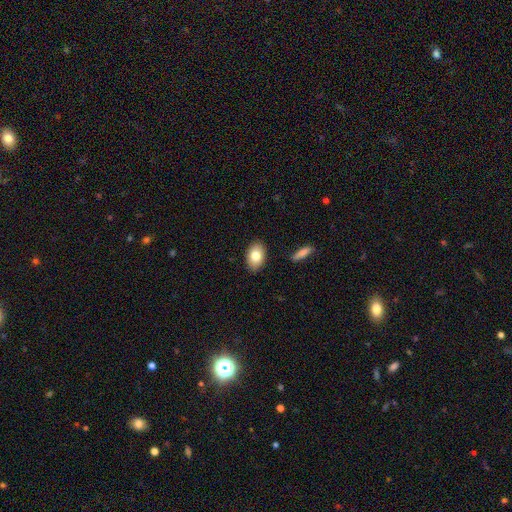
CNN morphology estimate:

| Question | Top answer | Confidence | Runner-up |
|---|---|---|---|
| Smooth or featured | smooth | 79% | featured or disk (14%) |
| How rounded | in between | 87% | round (11%) |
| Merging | none | 87% | minor disturbance (9%) |